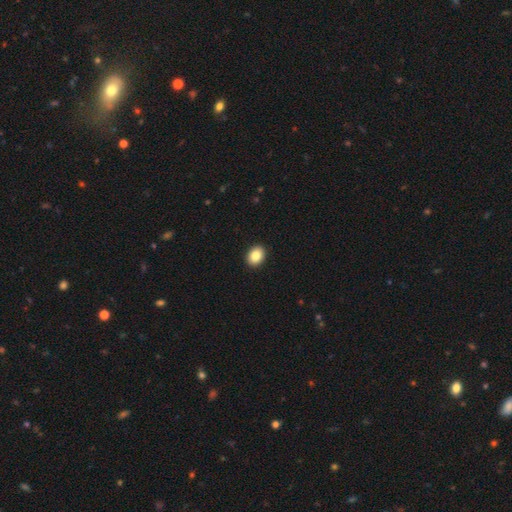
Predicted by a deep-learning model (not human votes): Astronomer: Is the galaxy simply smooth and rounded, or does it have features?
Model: smooth — 86%.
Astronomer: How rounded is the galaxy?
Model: in between — 59% (runner-up: round, 40%).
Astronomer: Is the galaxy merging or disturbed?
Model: none — 92%.